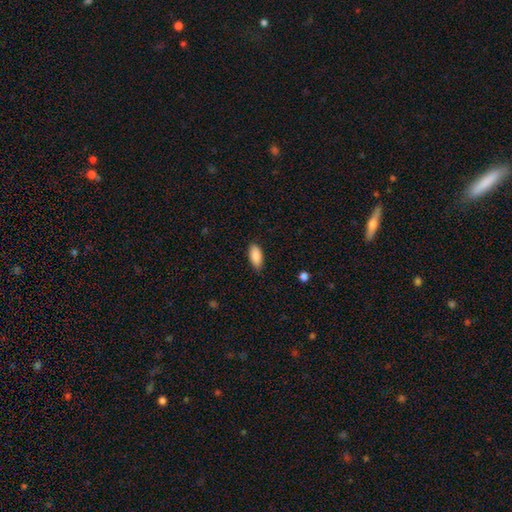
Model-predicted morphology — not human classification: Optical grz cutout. It shows a smooth galaxy with no disk features (89%) that is in between round and cigar-shaped (90%). Merging: none (86%).